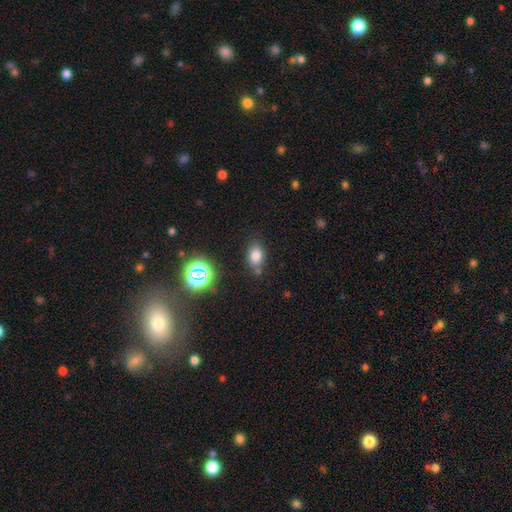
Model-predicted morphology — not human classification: Smooth or featured? Predicted: smooth (p=0.75). How rounded? Predicted: in between (p=0.72). Merging? Predicted: none (p=0.69).